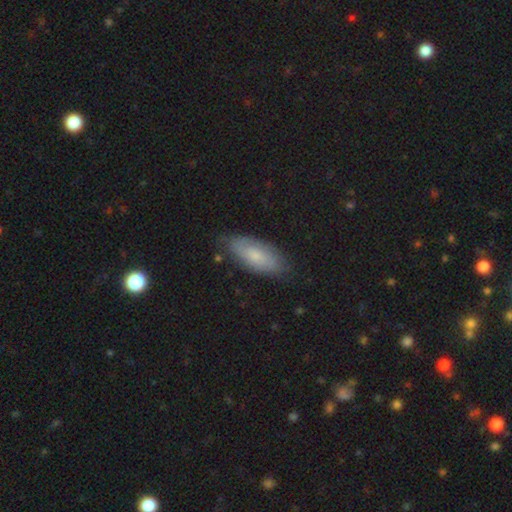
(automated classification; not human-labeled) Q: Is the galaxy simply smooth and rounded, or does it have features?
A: smooth — 61%.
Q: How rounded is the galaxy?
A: in between — 84%.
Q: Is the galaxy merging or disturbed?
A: none — 75%.